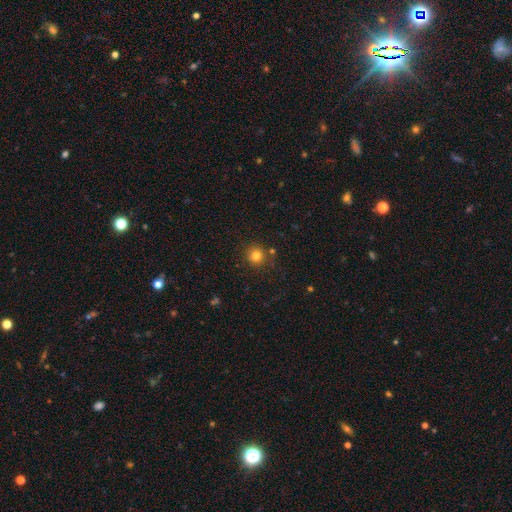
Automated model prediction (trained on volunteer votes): Smooth or featured? Predicted: smooth (p=0.80). How rounded? Predicted: round (p=0.92). Merging? Predicted: none (p=0.83).